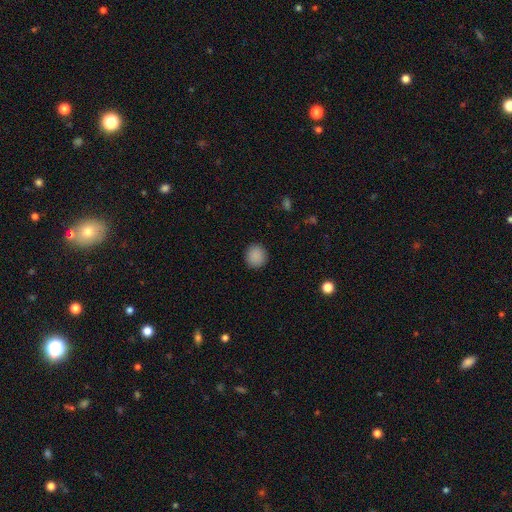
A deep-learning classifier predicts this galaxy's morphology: This appears to be a smooth galaxy with no disk features (89%) that is round (92%). Merging: none (91%).